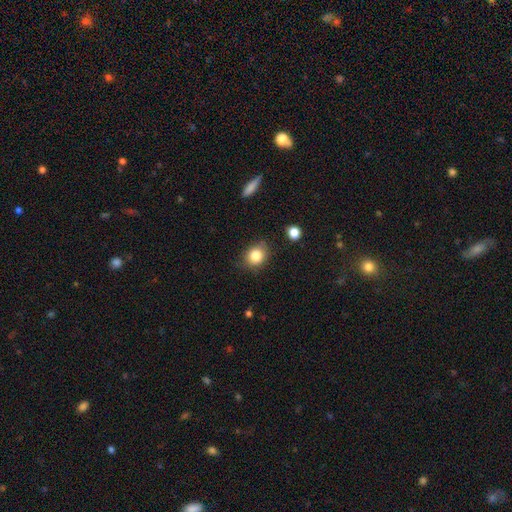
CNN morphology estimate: A smooth galaxy with no disk features (83%) that is round (58%).

Vote fractions:
- Smooth or featured? smooth: 83% / star or artifact: 10% / featured or disk: 7%
- How rounded? round: 58% / in between: 41% / cigar-shaped: 1%
- Merging? none: 80% / minor disturbance: 15% / major disturbance: 3% / merger: 2%